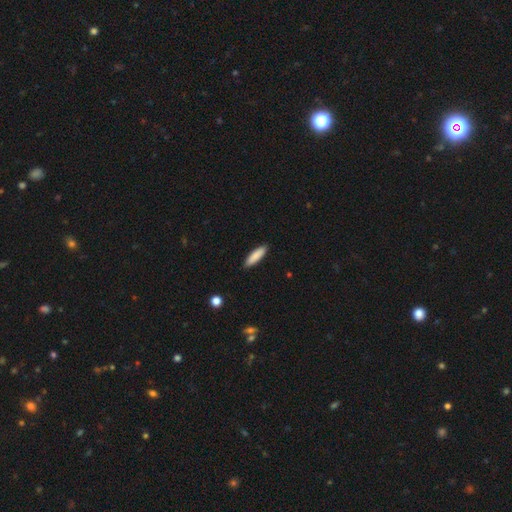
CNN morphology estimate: Overall: smooth (87%). How rounded: cigar-shaped (62%; in between 36%). Merging: none (90%).